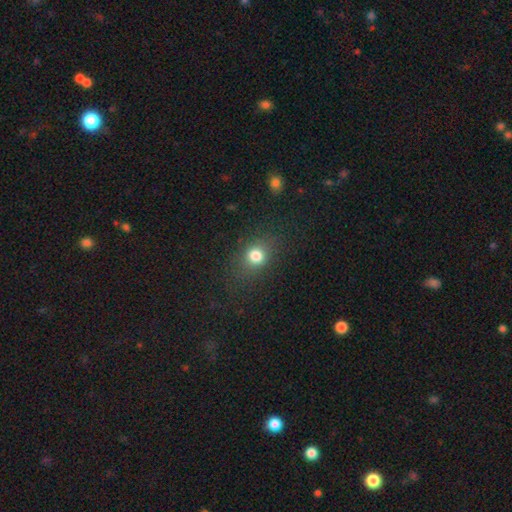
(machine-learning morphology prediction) smooth_or_featured: smooth (p=0.78) [alt: star or artifact p=0.14]
how_rounded: round (p=0.63) [alt: in between p=0.35]
merging: none (p=0.79) [alt: minor disturbance p=0.13]